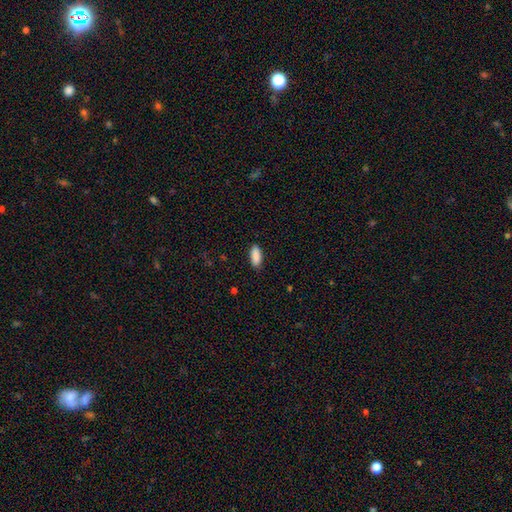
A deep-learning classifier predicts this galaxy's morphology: Smooth or featured?
  - smooth: 90% *
  - star or artifact: 6%
  - featured or disk: 4%
How rounded?
  - in between: 79% *
  - cigar-shaped: 20%
  - round: 2%
Merging?
  - none: 88% *
  - minor disturbance: 9%
  - major disturbance: 2%
  - merger: 1%